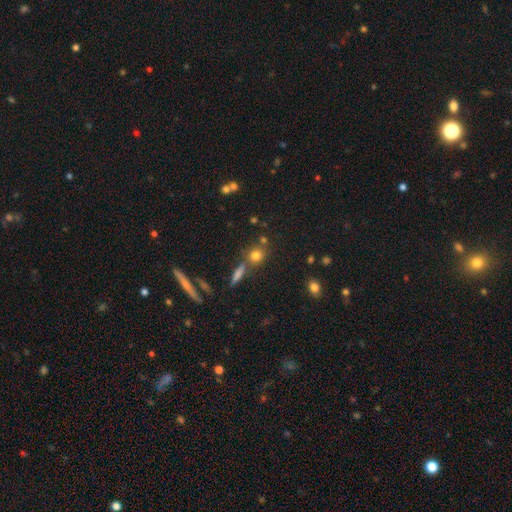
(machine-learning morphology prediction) A smooth galaxy with no disk features (74%) that is round (79%).

Vote fractions:
- Smooth or featured? smooth: 74% / star or artifact: 15% / featured or disk: 11%
- How rounded? round: 79% / in between: 16% / cigar-shaped: 4%
- Merging? none: 66% / merger: 19% / minor disturbance: 10% / major disturbance: 4%